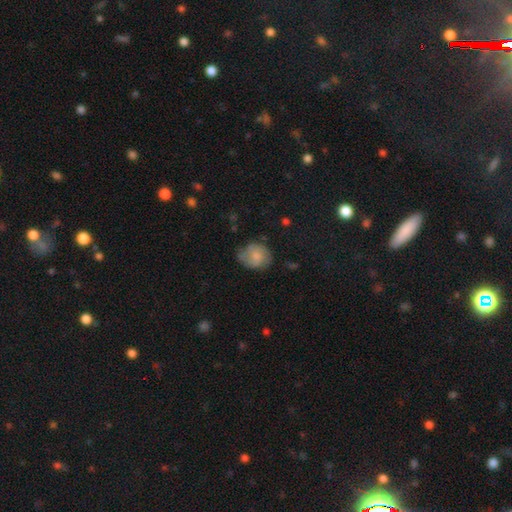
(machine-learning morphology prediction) Smooth or featured?
  - smooth: 69% *
  - featured or disk: 23%
  - star or artifact: 8%
How rounded?
  - round: 65% *
  - in between: 34%
  - cigar-shaped: 1%
Merging?
  - none: 57% *
  - minor disturbance: 31%
  - major disturbance: 10%
  - merger: 3%